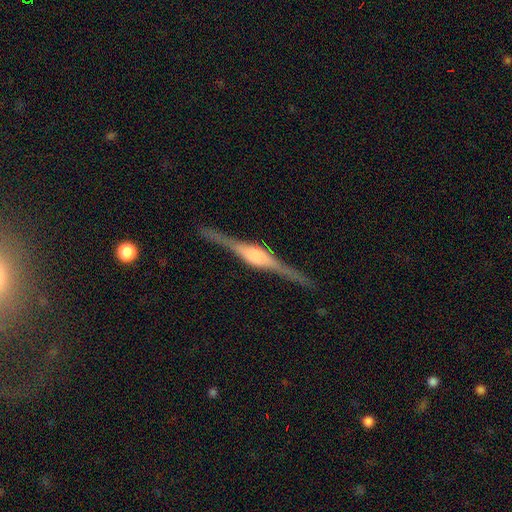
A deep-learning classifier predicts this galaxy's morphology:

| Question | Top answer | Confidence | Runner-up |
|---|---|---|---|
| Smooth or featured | featured or disk | 86% | smooth (9%) |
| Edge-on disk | yes | 98% | no (2%) |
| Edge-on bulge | rounded | 68% | boxy (27%) |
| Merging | none | 86% | minor disturbance (10%) |